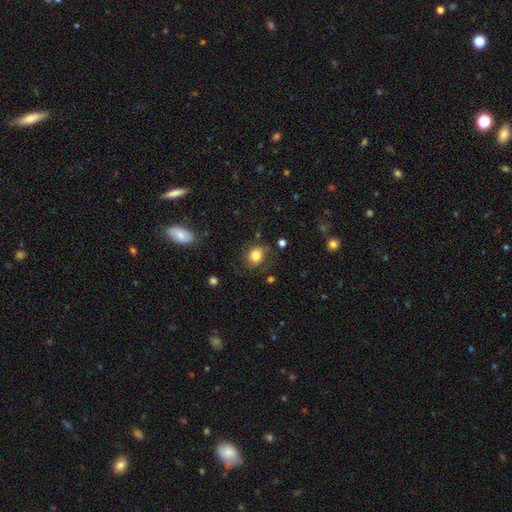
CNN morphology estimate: Smooth or featured: smooth — 81% (star or artifact — 10%)
How rounded: round — 71% (in between — 29%)
Merging: none — 76% (minor disturbance — 16%)